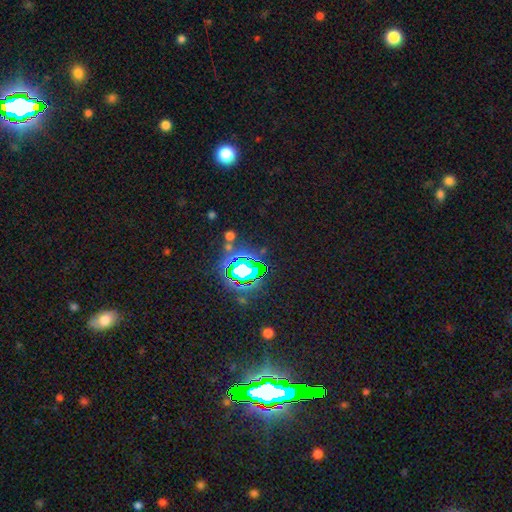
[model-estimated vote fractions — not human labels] Smooth or featured?
  - star or artifact: 83% *
  - smooth: 9%
  - featured or disk: 7%